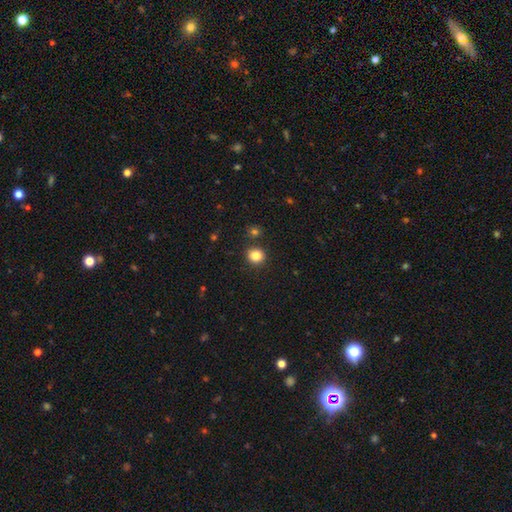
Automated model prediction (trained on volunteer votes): Morphology: type=smooth (83%); roundness=round (88%); merging=none (87%).